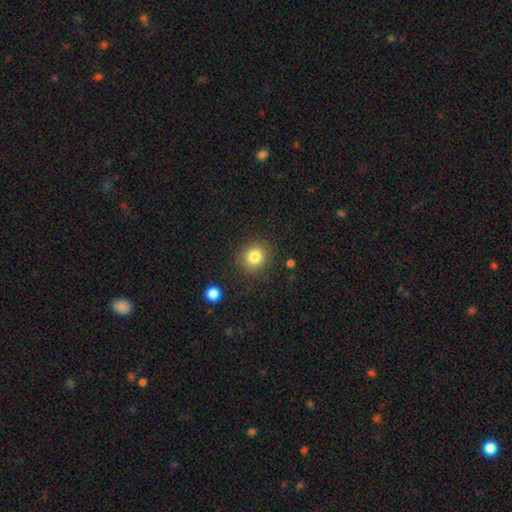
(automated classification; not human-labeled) Smooth or featured: smooth — 83% (star or artifact — 11%)
How rounded: round — 78% (in between — 21%)
Merging: none — 87% (minor disturbance — 8%)